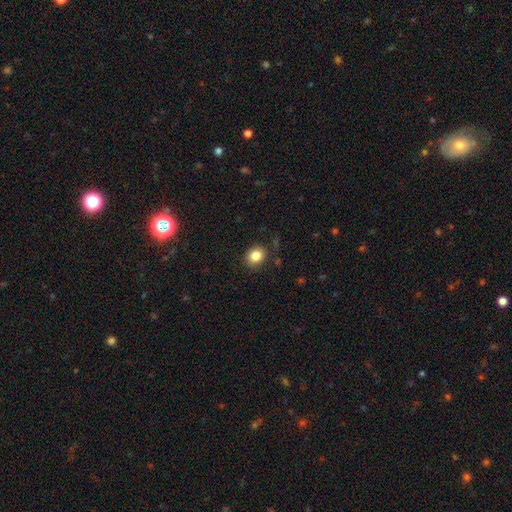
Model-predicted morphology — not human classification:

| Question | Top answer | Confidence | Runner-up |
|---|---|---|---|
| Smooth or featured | smooth | 84% | star or artifact (10%) |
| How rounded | round | 61% | in between (38%) |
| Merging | none | 85% | minor disturbance (10%) |